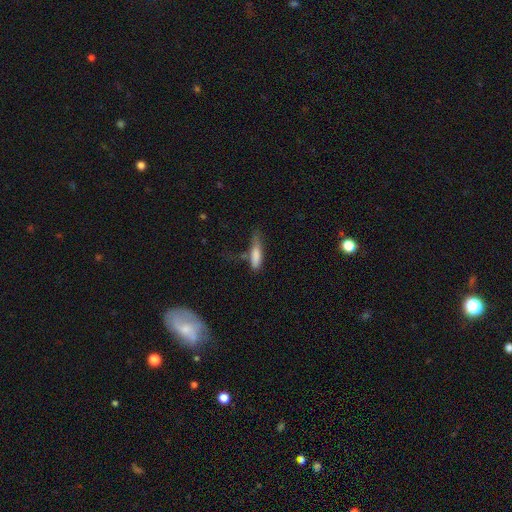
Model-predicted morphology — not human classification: This appears to be a smooth galaxy with no disk features (79%) that is cigar-shaped (61%). Merging: none (38%).